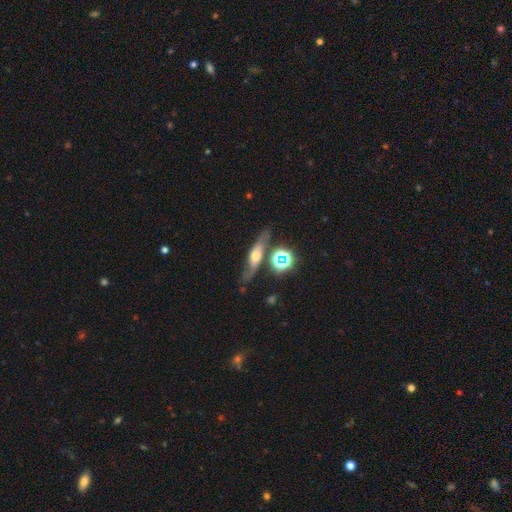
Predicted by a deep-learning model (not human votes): featured or disk 54%, smooth 32%, star or artifact 14%. Down the decision tree: edge-on disk — yes (58%); merging — none (67%).